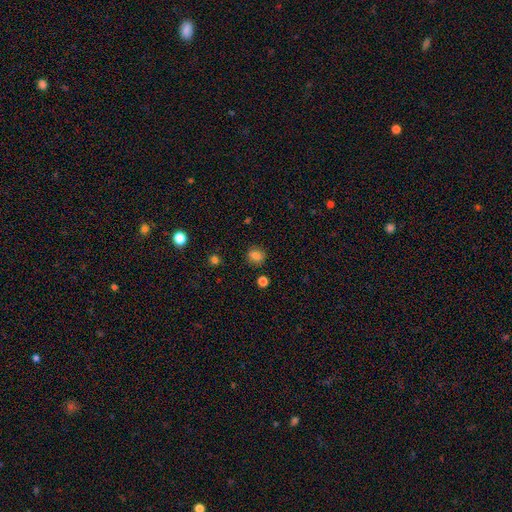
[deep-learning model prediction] smooth 82%, star or artifact 12%, featured or disk 7%. Down the decision tree: how rounded — round (71%); merging — none (86%).